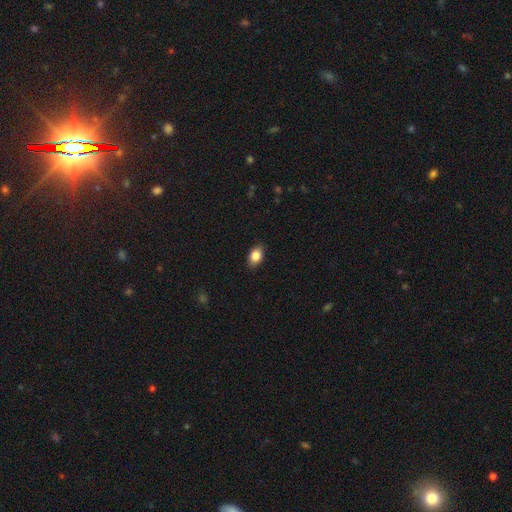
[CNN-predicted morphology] Smooth or featured: smooth — 85% (star or artifact — 8%)
How rounded: in between — 82% (round — 16%)
Merging: none — 87% (minor disturbance — 10%)